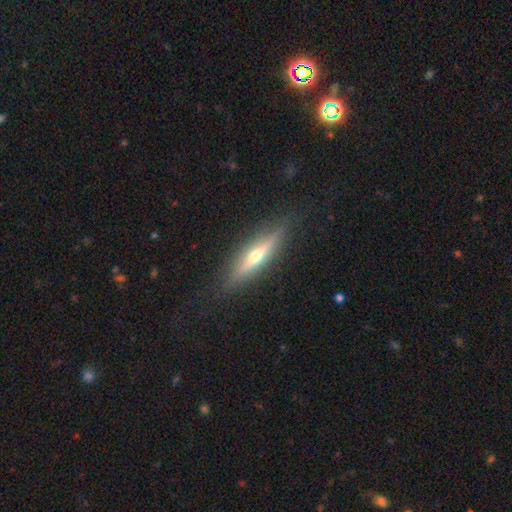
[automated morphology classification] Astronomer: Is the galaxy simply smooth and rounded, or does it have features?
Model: featured or disk — 70%.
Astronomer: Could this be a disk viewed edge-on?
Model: yes — 95%.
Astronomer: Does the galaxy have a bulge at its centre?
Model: rounded — 90%.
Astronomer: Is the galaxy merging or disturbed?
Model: none — 87%.